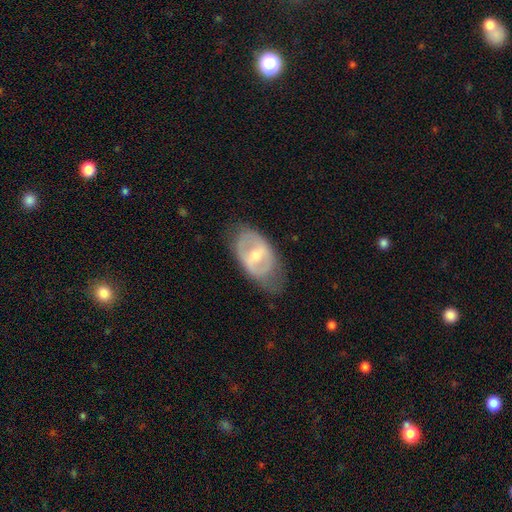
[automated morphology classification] The model was most divided on "bar": weak: 42%, strong: 40%, no: 19%. More confident: edge-on disk — no (92%); spiral arms — no (66%); smooth or featured — featured or disk (64%); merging — none (63%); bulge size — moderate (55%).